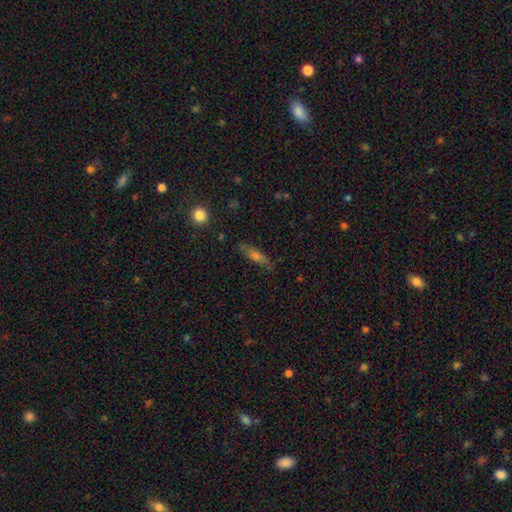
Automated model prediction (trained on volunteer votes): Overall: smooth (54%; featured or disk 34%). How rounded: cigar-shaped (60%; in between 36%). Merging: none (77%).